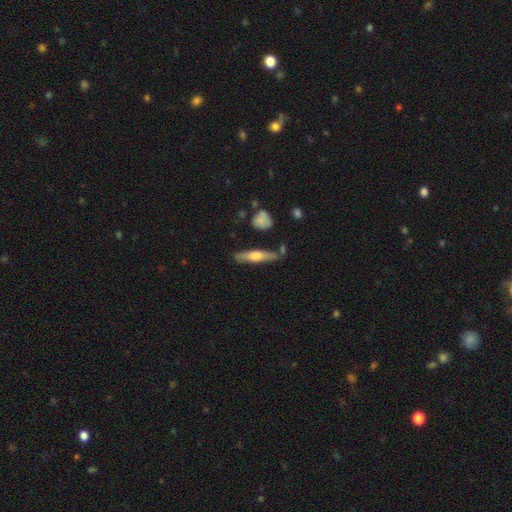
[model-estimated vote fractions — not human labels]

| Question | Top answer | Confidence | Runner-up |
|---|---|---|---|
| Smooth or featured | featured or disk | 48% | smooth (46%) |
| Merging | none | 79% | minor disturbance (13%) |